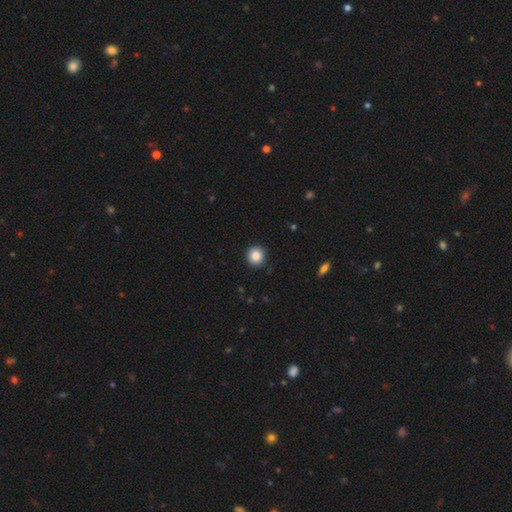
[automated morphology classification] This appears to be a smooth galaxy with no disk features (88%) that is round (93%). Merging: none (91%).